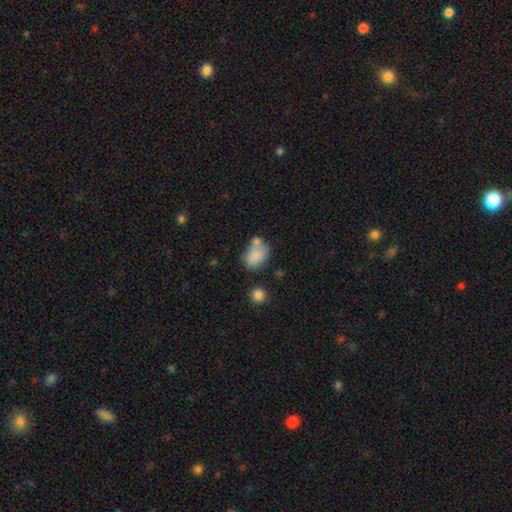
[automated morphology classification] Overall: smooth (81%). How rounded: in between (73%). Merging: none (47%; merger 27%).